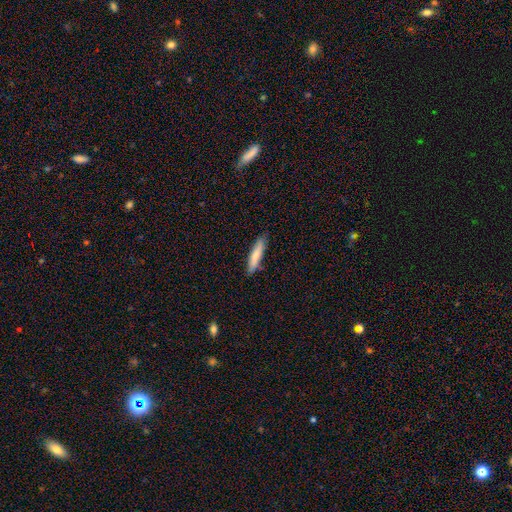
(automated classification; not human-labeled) smooth-or-featured: smooth: 78% | featured or disk: 16% | star or artifact: 6%
  how-rounded: cigar-shaped: 86% | in between: 13% | round: 1%
  merging: none: 83% | minor disturbance: 13% | major disturbance: 2% | merger: 1%